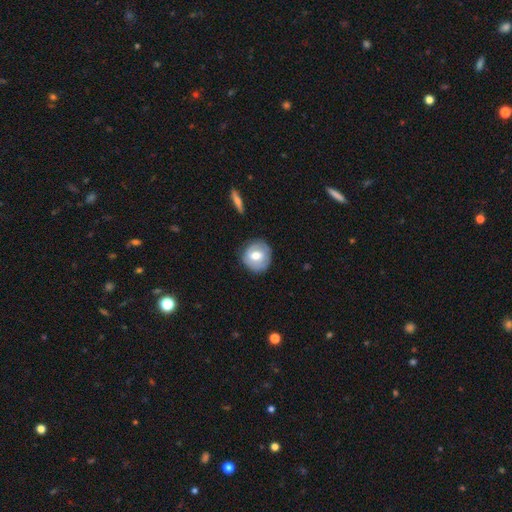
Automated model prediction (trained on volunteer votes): smooth 54%, featured or disk 39%, star or artifact 7%. Down the decision tree: how rounded — round (85%); merging — none (80%).